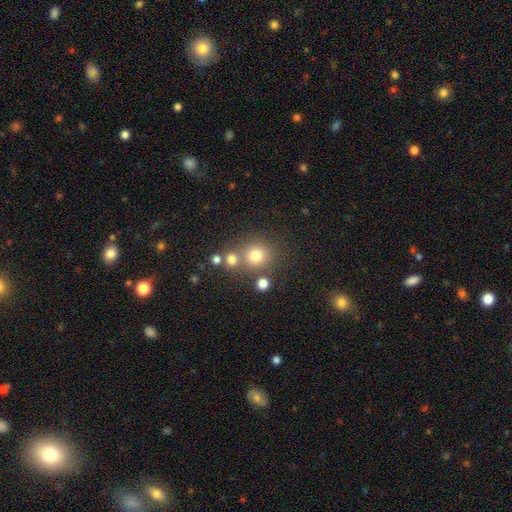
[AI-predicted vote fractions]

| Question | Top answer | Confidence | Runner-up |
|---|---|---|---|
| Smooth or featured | smooth | 75% | star or artifact (16%) |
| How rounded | round | 88% | in between (11%) |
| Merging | none | 67% | merger (19%) |